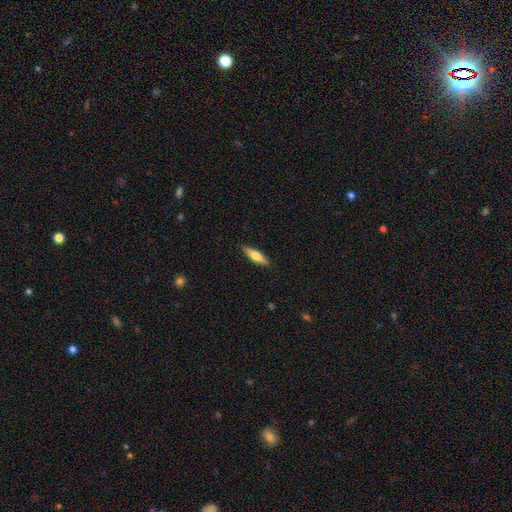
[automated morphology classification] Smooth or featured: smooth — 54% (featured or disk — 41%)
How rounded: cigar-shaped — 67% (in between — 31%)
Merging: none — 89% (minor disturbance — 8%)